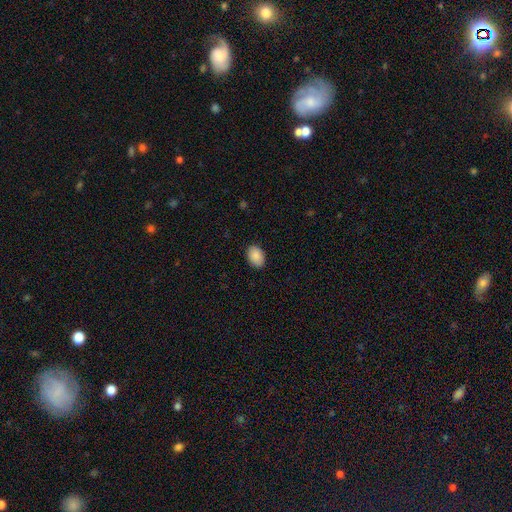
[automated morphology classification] A smooth galaxy with no disk features (89%) that is in between round and cigar-shaped (80%). Merging: none (88%).